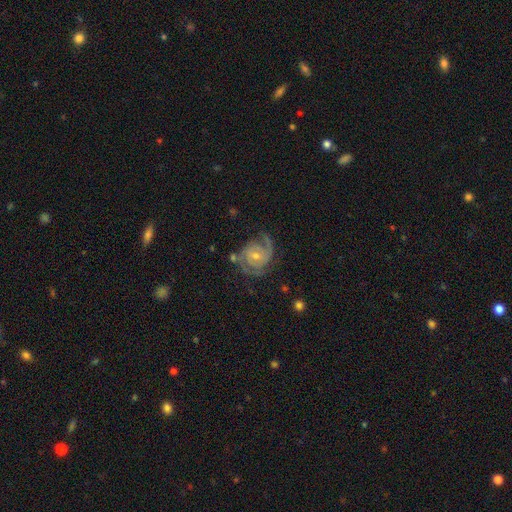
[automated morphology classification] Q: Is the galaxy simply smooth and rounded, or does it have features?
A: featured or disk — 86%.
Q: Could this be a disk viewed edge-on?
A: no — 98%.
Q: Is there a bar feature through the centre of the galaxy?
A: no — 60%.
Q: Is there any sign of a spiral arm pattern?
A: yes — 96%.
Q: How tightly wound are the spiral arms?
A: tight — 52%.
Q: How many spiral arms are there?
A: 2 — 56%.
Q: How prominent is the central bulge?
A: small — 56%.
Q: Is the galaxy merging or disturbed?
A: none — 66%.